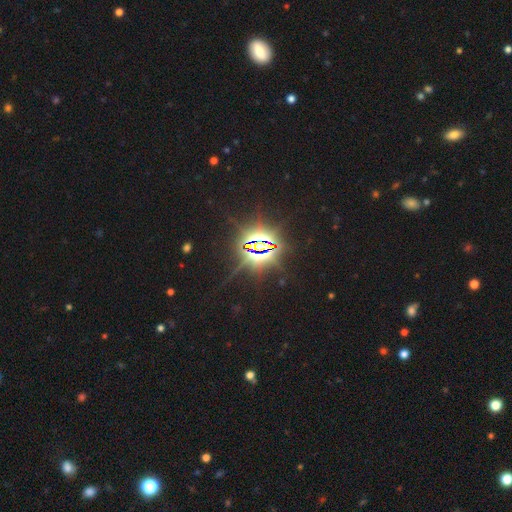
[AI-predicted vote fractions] smooth_or_featured: star or artifact (p=0.86) [alt: smooth p=0.08]